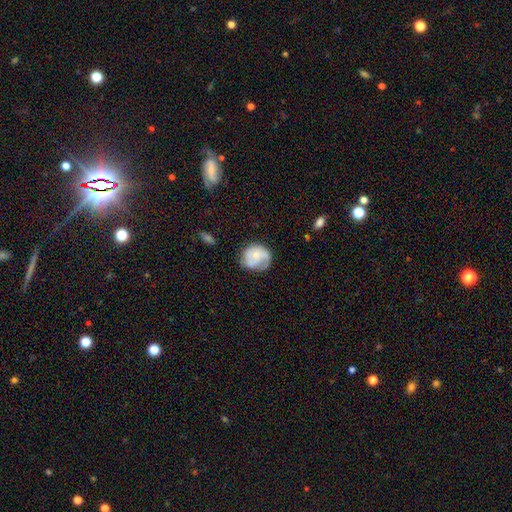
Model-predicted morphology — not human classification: smooth_or_featured: featured or disk (p=0.47) [alt: smooth p=0.46]
merging: none (p=0.52) [alt: minor disturbance p=0.29]